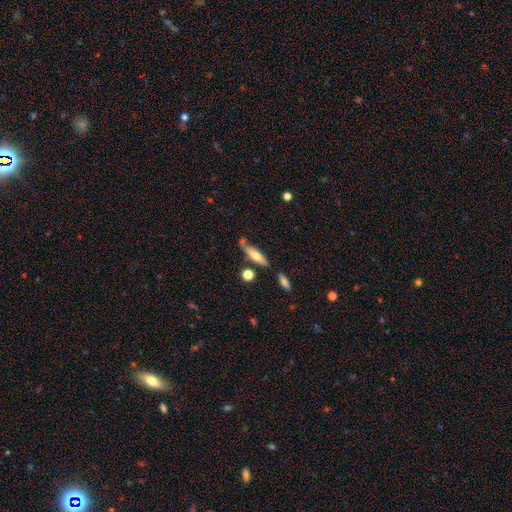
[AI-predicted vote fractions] This appears to be a smooth galaxy with no disk features (64%) that is cigar-shaped (64%). Merging: none (62%).